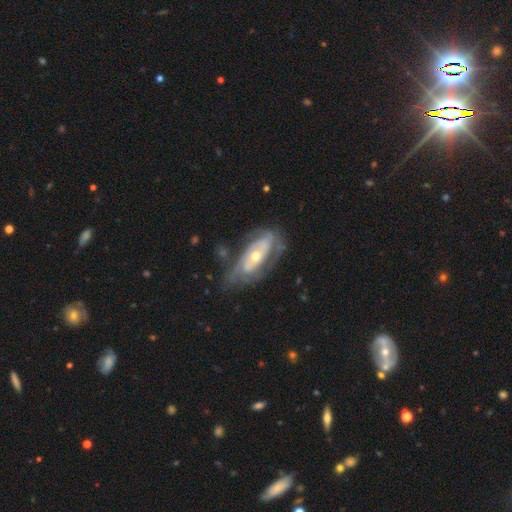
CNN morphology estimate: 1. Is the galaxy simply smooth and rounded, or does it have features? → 77% featured or disk, 17% smooth, 6% star or artifact.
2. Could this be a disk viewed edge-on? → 89% no, 11% yes.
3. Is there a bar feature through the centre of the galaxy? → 66% no, 22% weak, 12% strong.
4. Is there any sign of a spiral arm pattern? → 72% yes, 28% no.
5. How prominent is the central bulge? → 56% moderate, 39% small, 4% large, 1% none, 1% dominant.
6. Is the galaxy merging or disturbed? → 59% none, 23% minor disturbance, 15% major disturbance, 3% merger.